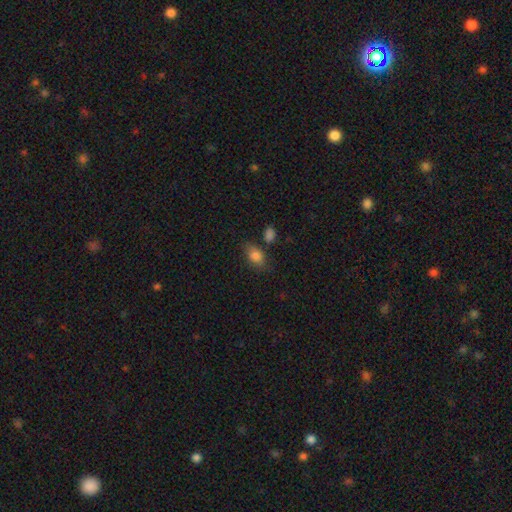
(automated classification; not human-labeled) A smooth galaxy with no disk features (82%) that is in between round and cigar-shaped (82%).

Vote fractions:
- Smooth or featured? smooth: 82% / featured or disk: 9% / star or artifact: 9%
- How rounded? in between: 82% / round: 15% / cigar-shaped: 3%
- Merging? none: 65% / minor disturbance: 21% / merger: 8% / major disturbance: 6%